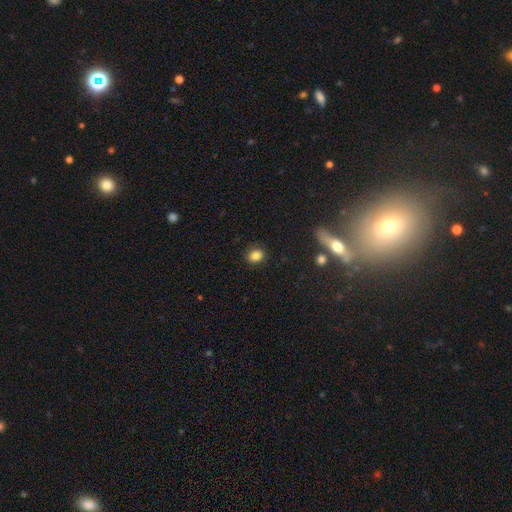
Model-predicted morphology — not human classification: Smooth or featured?
  - smooth: 84% *
  - star or artifact: 10%
  - featured or disk: 5%
How rounded?
  - round: 53% *
  - in between: 46%
  - cigar-shaped: 1%
Merging?
  - none: 84% *
  - minor disturbance: 11%
  - major disturbance: 3%
  - merger: 1%